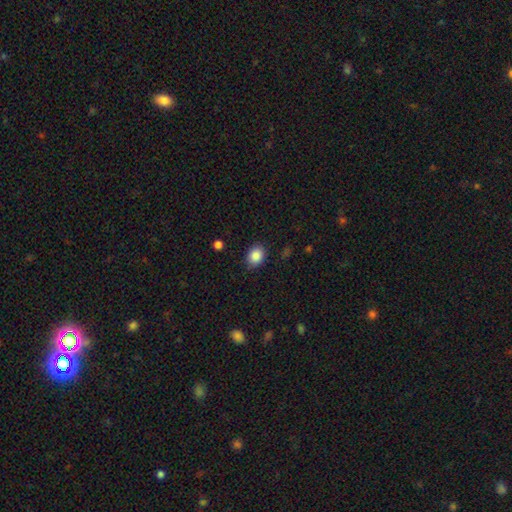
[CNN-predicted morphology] A smooth galaxy with no disk features (87%) that is in between round and cigar-shaped (55%). Merging: none (85%).